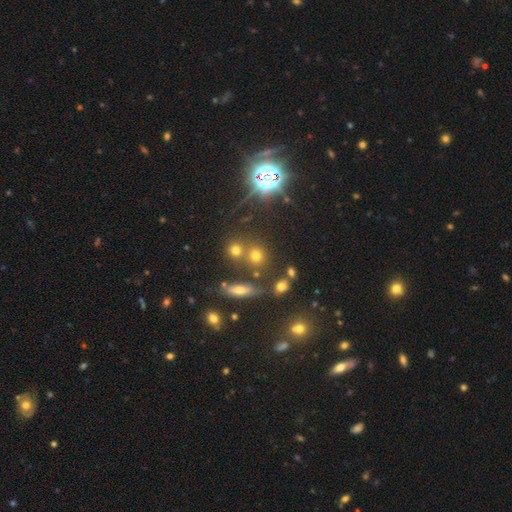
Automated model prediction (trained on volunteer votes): Smooth or featured: smooth — 46% (star or artifact — 40%)
Merging: none — 69% (merger — 19%)